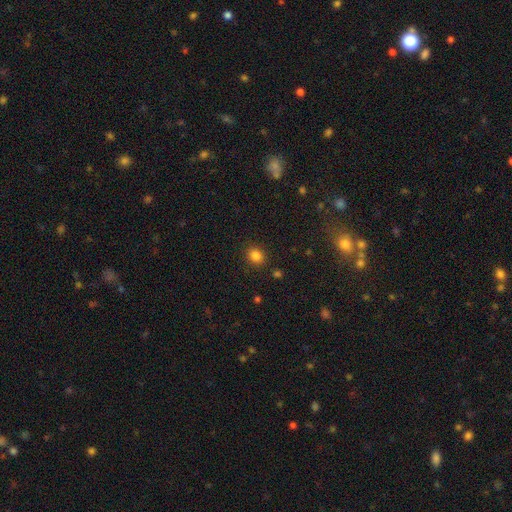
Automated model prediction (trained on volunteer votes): smooth-or-featured: smooth: 83% | star or artifact: 13% | featured or disk: 4%
  how-rounded: round: 62% | in between: 37% | cigar-shaped: 1%
  merging: none: 87% | minor disturbance: 9% | major disturbance: 3% | merger: 2%